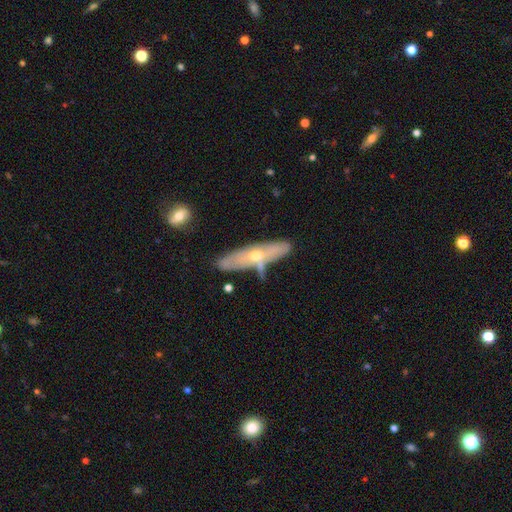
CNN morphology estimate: A featured or disk galaxy (62%) viewed edge-on (56%). Merging: none (72%).